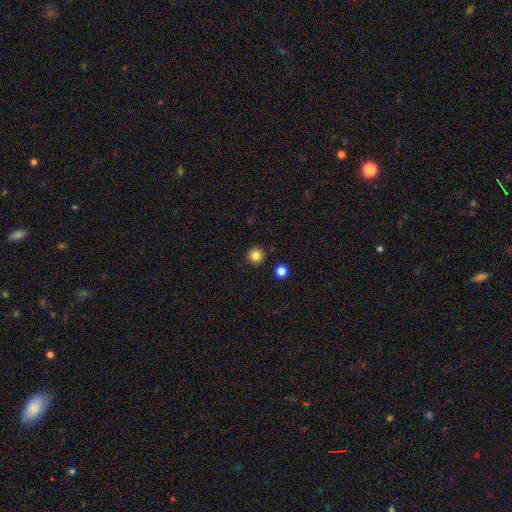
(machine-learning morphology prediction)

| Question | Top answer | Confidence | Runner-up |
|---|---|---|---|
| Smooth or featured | smooth | 85% | star or artifact (12%) |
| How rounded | round | 96% | in between (3%) |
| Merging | none | 92% | minor disturbance (5%) |